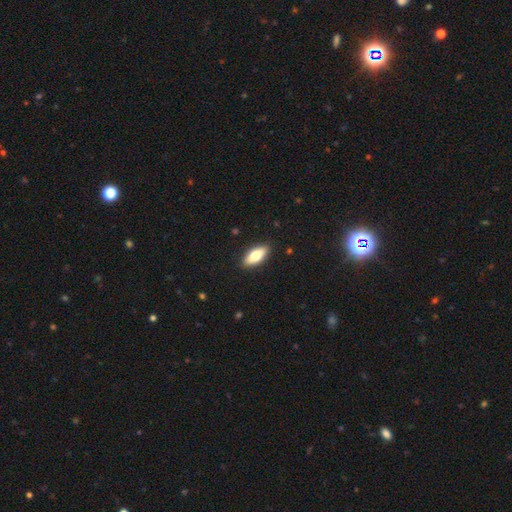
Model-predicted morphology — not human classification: Smooth or featured?
  - smooth: 76% *
  - featured or disk: 18%
  - star or artifact: 6%
How rounded?
  - in between: 80% *
  - cigar-shaped: 18%
  - round: 2%
Merging?
  - none: 89% *
  - minor disturbance: 8%
  - major disturbance: 2%
  - merger: 1%